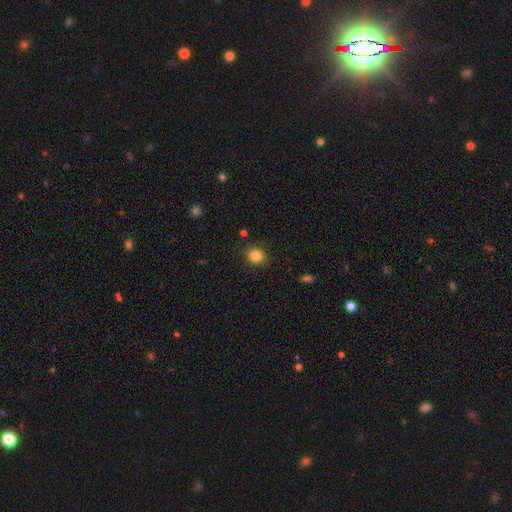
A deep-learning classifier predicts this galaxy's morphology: The model was most divided on "how rounded": round: 70%, in between: 29%, cigar-shaped: 1%. More confident: merging — none (89%); smooth or featured — smooth (84%).